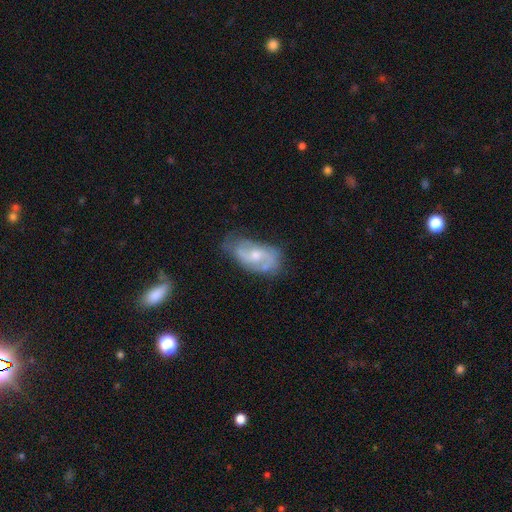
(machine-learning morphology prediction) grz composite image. It shows a featured or disk galaxy (72%) with no bar (53%), 2 (75%) medium (47%) spiral arms (86%) and a moderate central bulge (52%). Merging: none (58%).